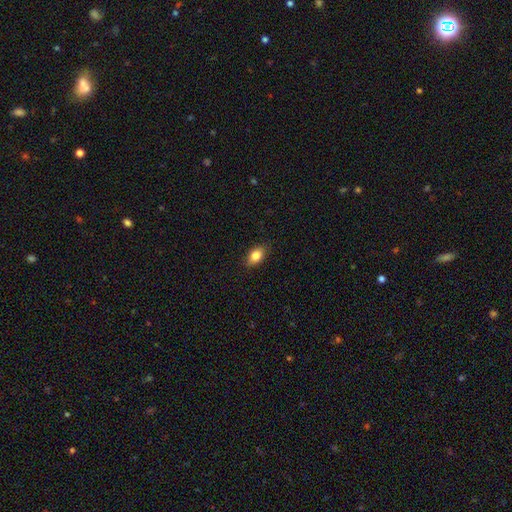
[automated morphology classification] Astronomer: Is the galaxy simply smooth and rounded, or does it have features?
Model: smooth — 83%.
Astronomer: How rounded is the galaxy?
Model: in between — 86%.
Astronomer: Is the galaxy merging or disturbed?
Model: none — 87%.